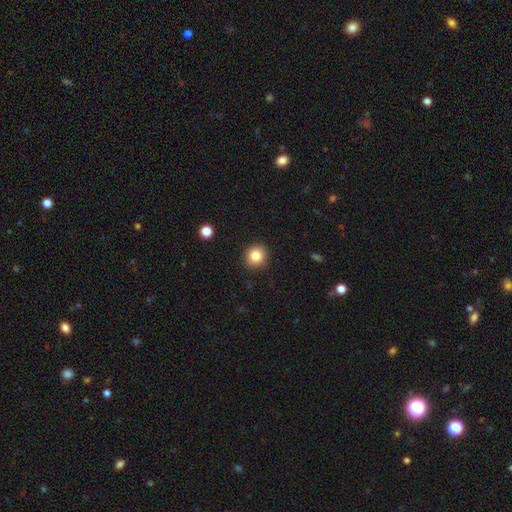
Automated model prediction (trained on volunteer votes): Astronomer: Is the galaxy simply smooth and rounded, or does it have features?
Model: smooth — 84%.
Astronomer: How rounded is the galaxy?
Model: round — 88%.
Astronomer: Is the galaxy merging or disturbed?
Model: none — 91%.